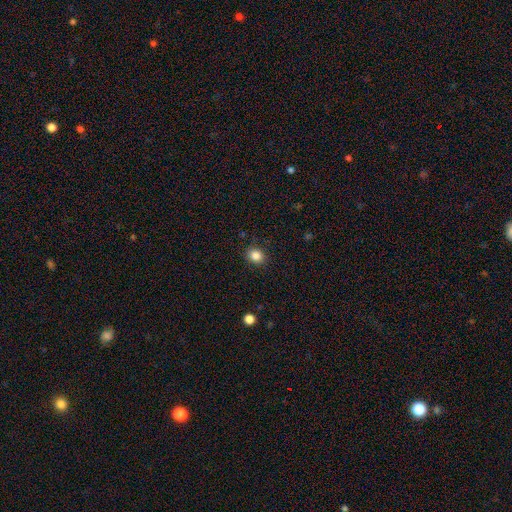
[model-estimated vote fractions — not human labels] smooth-or-featured: smooth: 85% | star or artifact: 11% | featured or disk: 4%
  how-rounded: round: 63% | in between: 37% | cigar-shaped: 1%
  merging: none: 88% | minor disturbance: 8% | major disturbance: 2% | merger: 1%